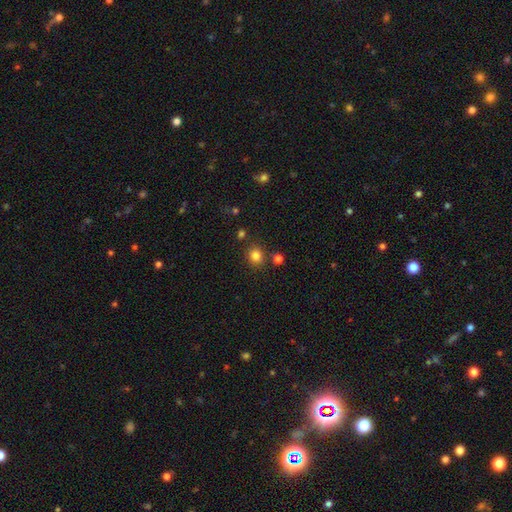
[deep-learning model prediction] Morphology: type=smooth (82%); roundness=round (84%); merging=none (82%).